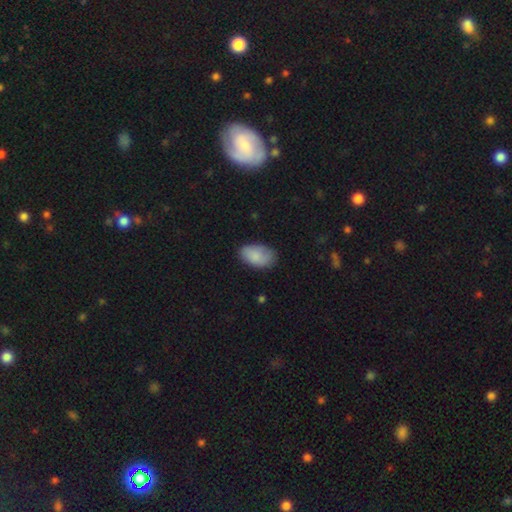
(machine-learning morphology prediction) type=smooth (85%); roundness=in between (93%); merging=none (73%).